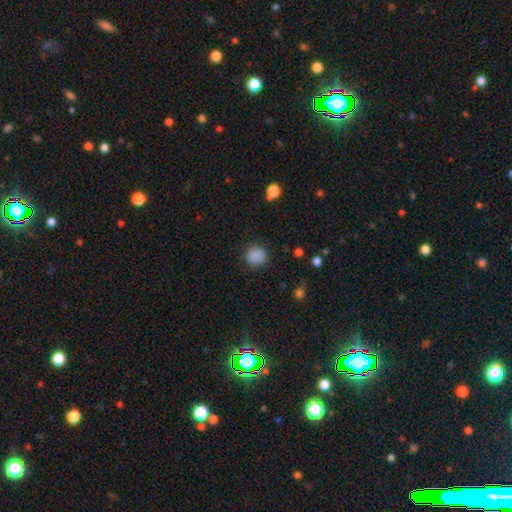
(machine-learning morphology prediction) This appears to be a smooth galaxy with no disk features (87%) that is round (89%). Merging: none (88%).